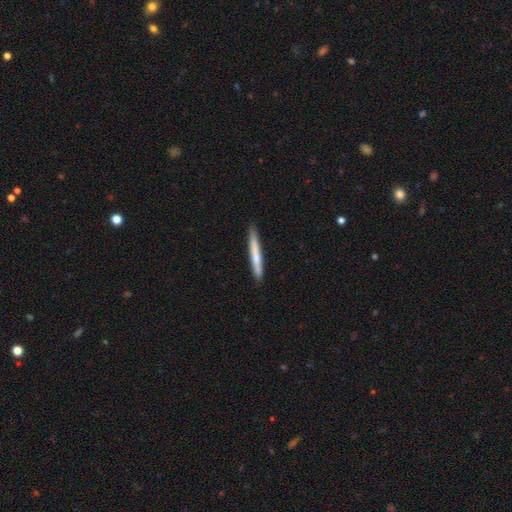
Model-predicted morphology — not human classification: A smooth galaxy with no disk features (64%) that is cigar-shaped (96%).

Vote fractions:
- Smooth or featured? smooth: 64% / featured or disk: 31% / star or artifact: 5%
- How rounded? cigar-shaped: 96% / in between: 3% / round: 1%
- Merging? none: 87% / minor disturbance: 10% / major disturbance: 2% / merger: 1%